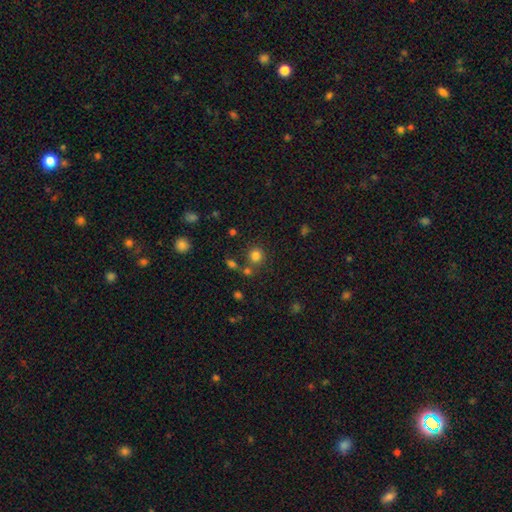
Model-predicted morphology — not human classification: Smooth or featured? smooth (80%)
How rounded? round (89%)
Merging? none (73%)